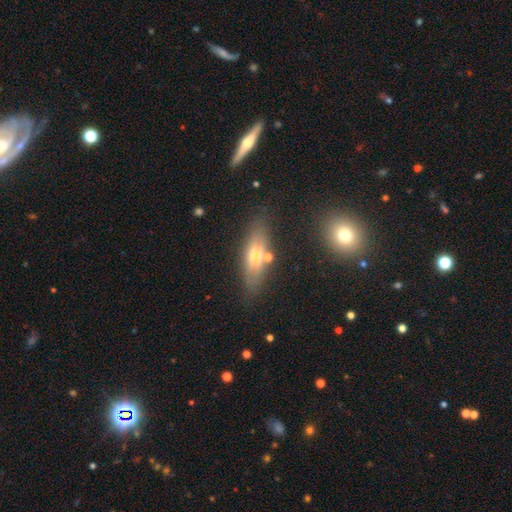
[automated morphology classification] Q: Smooth or featured?
A: smooth (48%); runner-up: featured or disk (42%)
Q: Merging?
A: none (77%); runner-up: minor disturbance (12%)